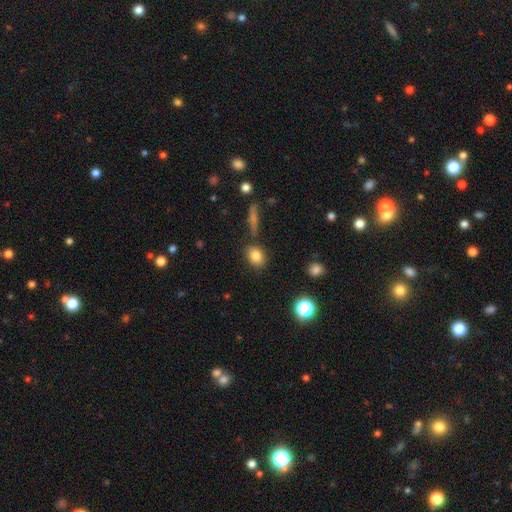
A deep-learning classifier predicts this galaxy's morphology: smooth_or_featured: smooth (p=0.82) [alt: star or artifact p=0.10]
how_rounded: in between (p=0.61) [alt: round p=0.37]
merging: none (p=0.80) [alt: minor disturbance p=0.11]